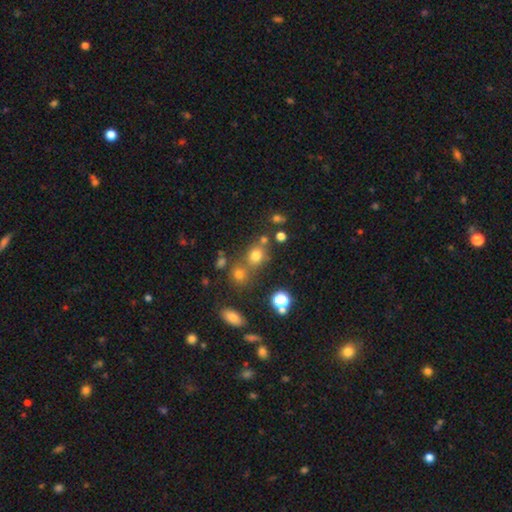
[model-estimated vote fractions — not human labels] Morphology: type=smooth (68%); roundness=round (71%); merging=none (60%).